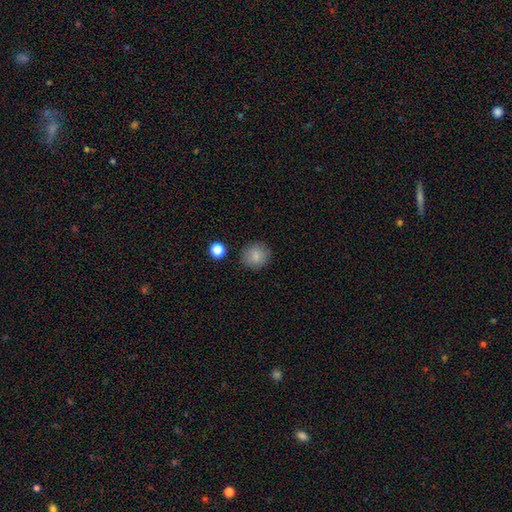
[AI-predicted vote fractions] Smooth or featured? smooth (85%)
How rounded? round (88%)
Merging? none (87%)